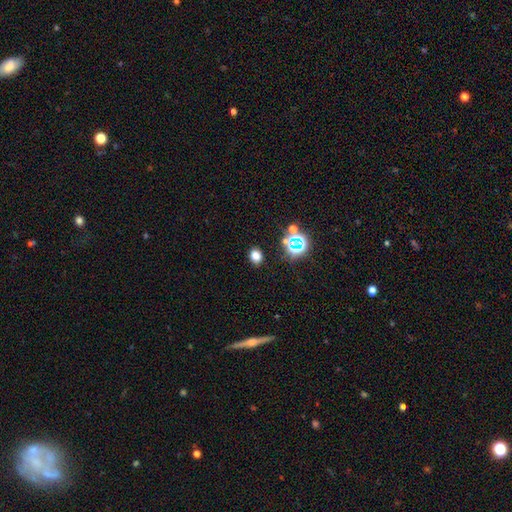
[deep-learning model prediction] A smooth galaxy with no disk features (73%) that is in between round and cigar-shaped (58%).

Vote fractions:
- Smooth or featured? smooth: 73% / star or artifact: 22% / featured or disk: 5%
- How rounded? in between: 58% / round: 41% / cigar-shaped: 1%
- Merging? none: 86% / minor disturbance: 9% / major disturbance: 3% / merger: 2%